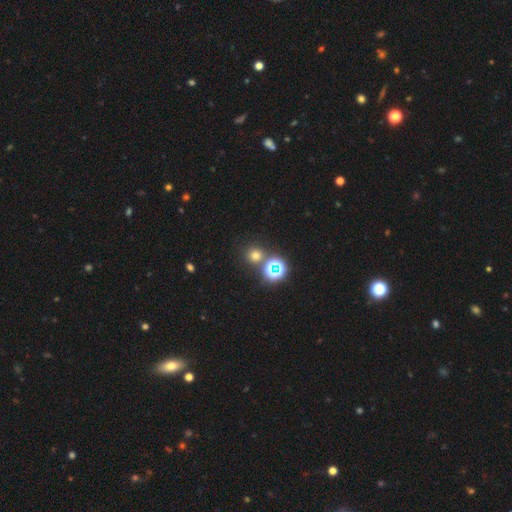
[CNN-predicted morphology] smooth 63%, star or artifact 30%, featured or disk 7%. Down the decision tree: how rounded — round (91%); merging — none (78%).